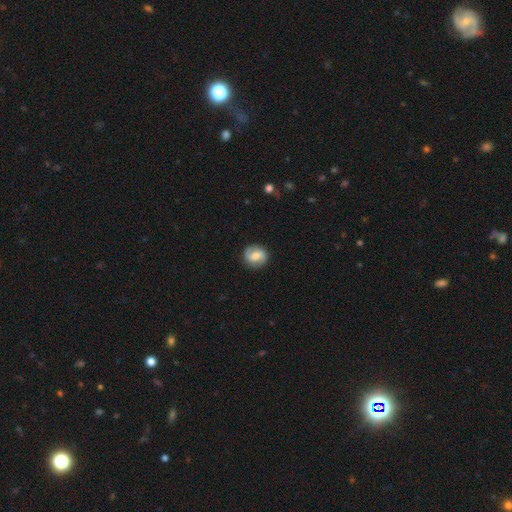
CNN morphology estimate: Smooth or featured? Predicted: featured or disk (p=0.59). Edge-on disk? Predicted: no (p=0.97). Bar? Predicted: weak (p=0.47). Spiral arms? Predicted: yes (p=0.86). Bulge size? Predicted: moderate (p=0.57). Merging? Predicted: none (p=0.87).